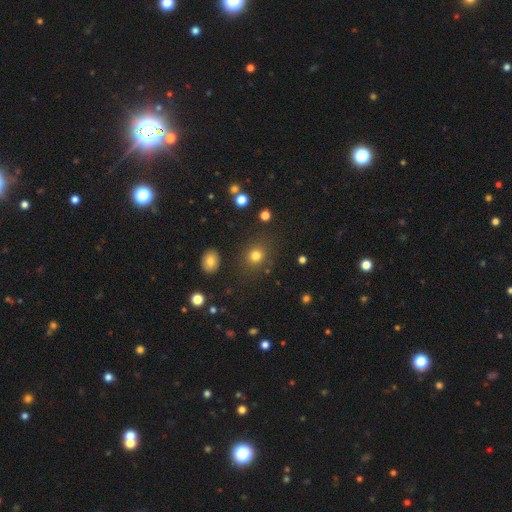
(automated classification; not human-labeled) Smooth or featured: smooth — 78% (star or artifact — 15%)
How rounded: round — 81% (in between — 18%)
Merging: none — 83% (minor disturbance — 9%)